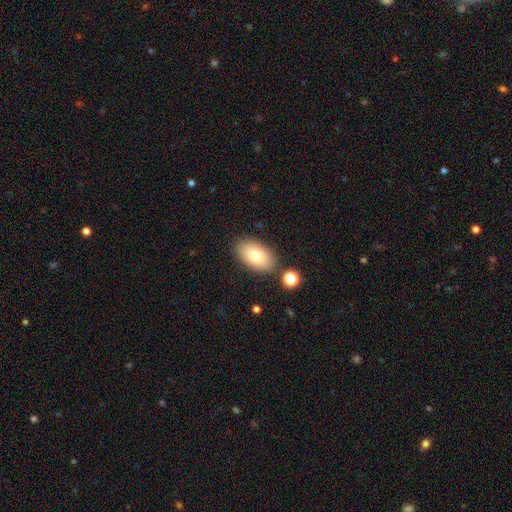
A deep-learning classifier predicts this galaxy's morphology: smooth_or_featured: smooth (p=0.80) [alt: featured or disk p=0.13]
how_rounded: in between (p=0.94) [alt: round p=0.05]
merging: none (p=0.83) [alt: minor disturbance p=0.11]